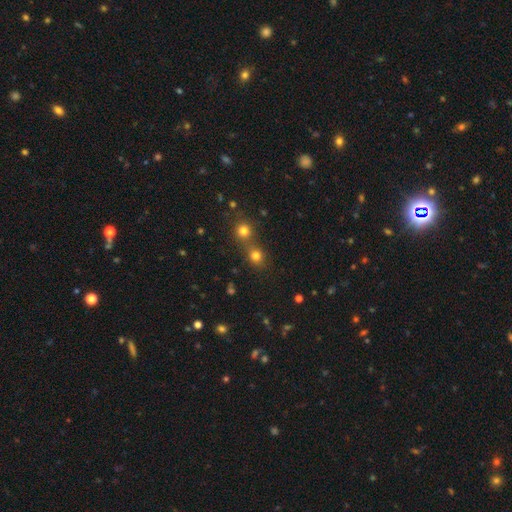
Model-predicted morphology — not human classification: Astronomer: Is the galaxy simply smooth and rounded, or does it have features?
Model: smooth — 75%.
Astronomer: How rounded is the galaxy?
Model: round — 82%.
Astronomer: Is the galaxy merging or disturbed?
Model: none — 52% (runner-up: merger, 38%).